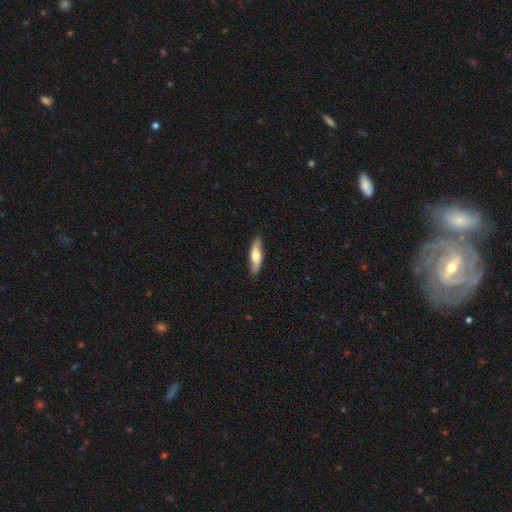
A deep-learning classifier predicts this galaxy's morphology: smooth 57%, featured or disk 38%, star or artifact 5%. Down the decision tree: how rounded — cigar-shaped (64%); merging — none (86%).